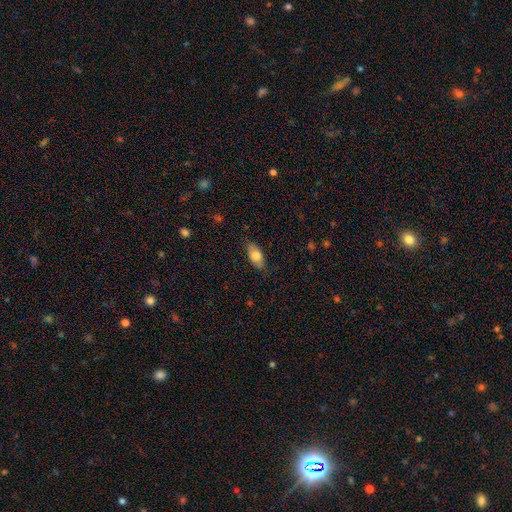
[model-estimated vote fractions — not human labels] This appears to be a smooth galaxy with no disk features (77%) that is in between round and cigar-shaped (89%). Merging: none (81%).